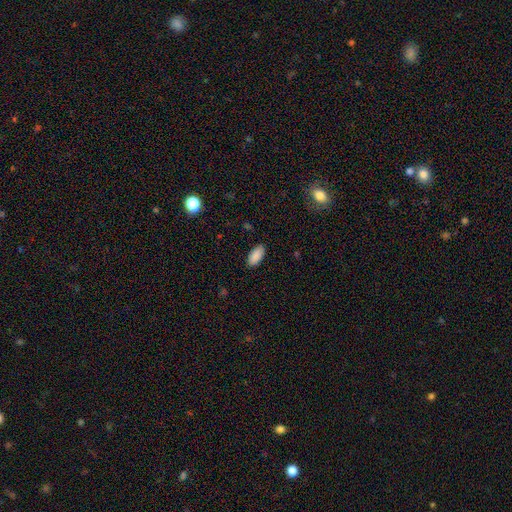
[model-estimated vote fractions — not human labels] A smooth galaxy with no disk features (89%) that is in between round and cigar-shaped (92%).

Vote fractions:
- Smooth or featured? smooth: 89% / star or artifact: 7% / featured or disk: 4%
- How rounded? in between: 92% / cigar-shaped: 6% / round: 2%
- Merging? none: 86% / minor disturbance: 11% / major disturbance: 2% / merger: 1%